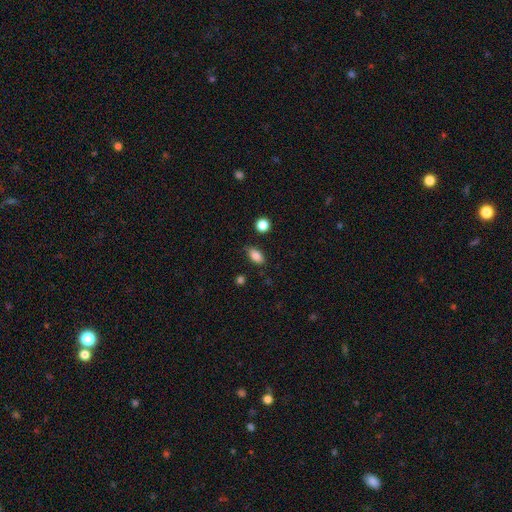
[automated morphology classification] type=smooth (85%); roundness=in between (87%); merging=none (78%).